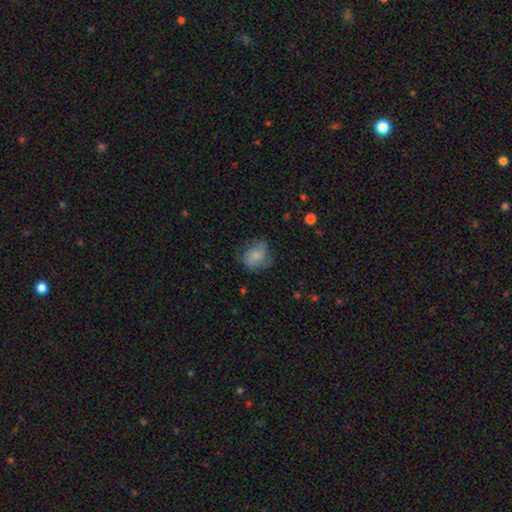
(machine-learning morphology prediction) smooth-or-featured: smooth: 56% | featured or disk: 35% | star or artifact: 8%
  how-rounded: round: 65% | in between: 34% | cigar-shaped: 1%
  merging: none: 57% | minor disturbance: 27% | major disturbance: 14% | merger: 1%